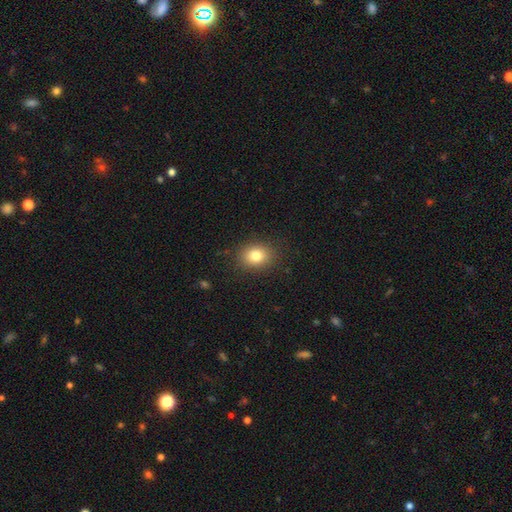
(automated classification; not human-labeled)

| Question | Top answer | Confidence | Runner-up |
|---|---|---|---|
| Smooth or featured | smooth | 80% | star or artifact (11%) |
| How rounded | round | 53% | in between (46%) |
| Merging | none | 88% | minor disturbance (9%) |